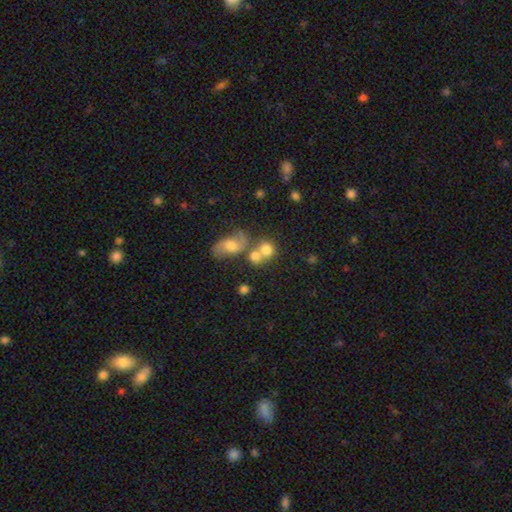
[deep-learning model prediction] A smooth galaxy with no disk features (73%) that is round (64%).

Vote fractions:
- Smooth or featured? smooth: 73% / featured or disk: 17% / star or artifact: 11%
- How rounded? round: 64% / in between: 34% / cigar-shaped: 2%
- Merging? merger: 44% / none: 40% / minor disturbance: 11% / major disturbance: 5%